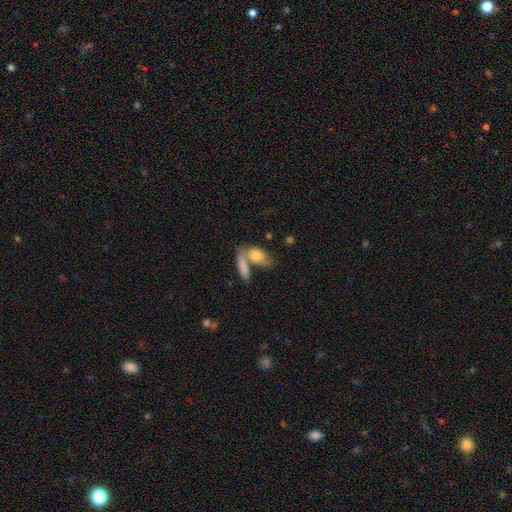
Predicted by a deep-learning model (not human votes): Overall: smooth (77%). How rounded: in between (84%). Merging: merger (47%; none 36%).